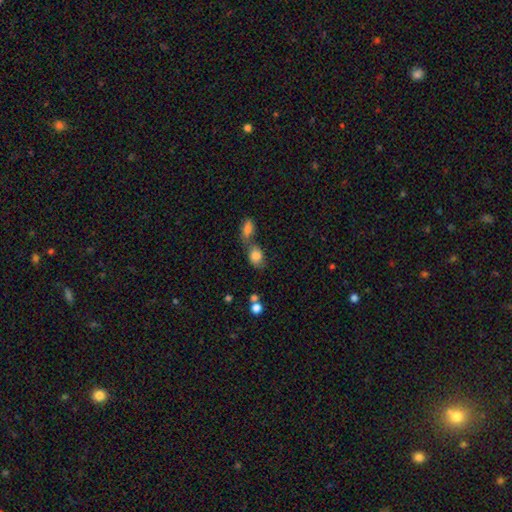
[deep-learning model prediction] Overall: smooth (82%). How rounded: in between (68%; round 30%). Merging: merger (45%; none 36%).